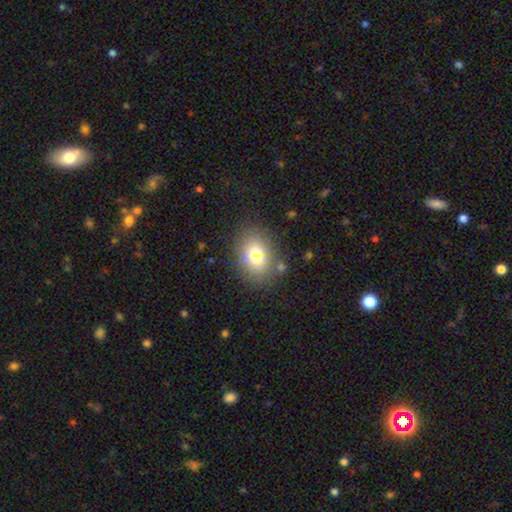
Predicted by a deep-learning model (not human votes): Smooth or featured: smooth — 77% (featured or disk — 13%)
How rounded: in between — 70% (round — 28%)
Merging: none — 76% (minor disturbance — 14%)